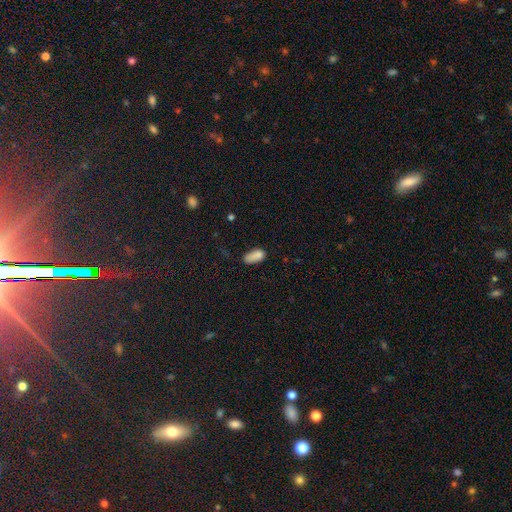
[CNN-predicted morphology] A smooth galaxy with no disk features (82%) that is in between round and cigar-shaped (89%). Merging: none (46%).